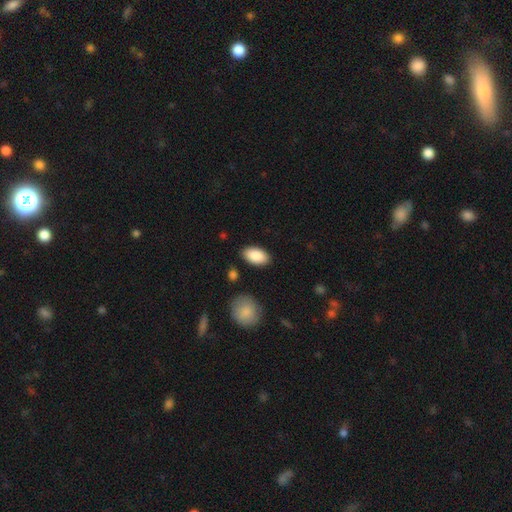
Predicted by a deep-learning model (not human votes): A smooth galaxy with no disk features (89%) that is in between round and cigar-shaped (94%). Merging: none (86%).